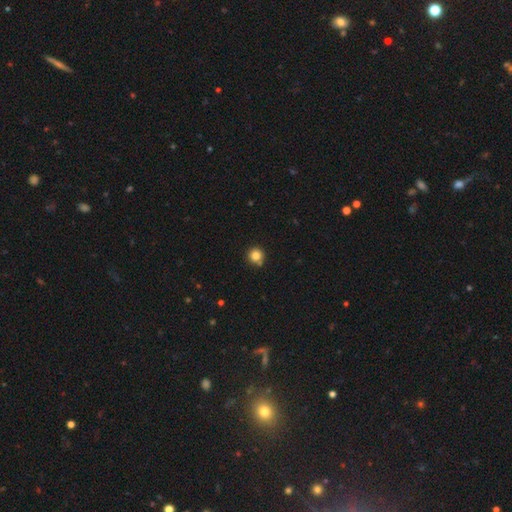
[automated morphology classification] Smooth or featured?
  - smooth: 83% *
  - star or artifact: 12%
  - featured or disk: 5%
How rounded?
  - round: 94% *
  - in between: 5%
  - cigar-shaped: 1%
Merging?
  - none: 80% *
  - minor disturbance: 10%
  - merger: 7%
  - major disturbance: 2%